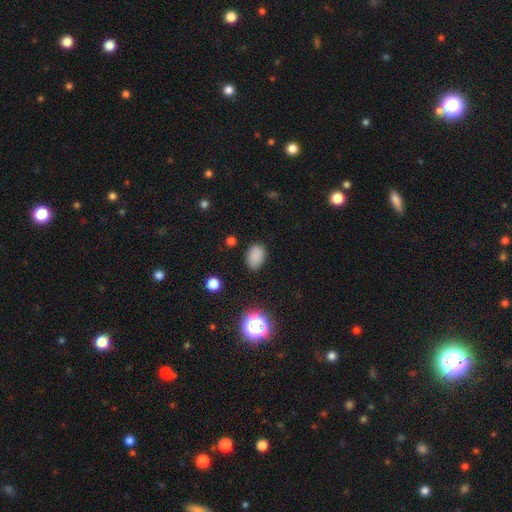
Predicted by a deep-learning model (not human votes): Smooth or featured?
  - smooth: 83% *
  - star or artifact: 13%
  - featured or disk: 4%
How rounded?
  - in between: 85% *
  - round: 14%
  - cigar-shaped: 1%
Merging?
  - none: 82% *
  - minor disturbance: 13%
  - major disturbance: 3%
  - merger: 1%